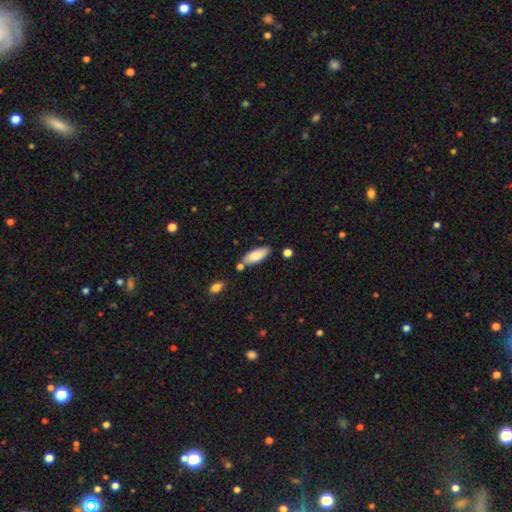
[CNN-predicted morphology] Q: Smooth or featured?
A: smooth (82%); runner-up: featured or disk (12%)
Q: How rounded?
A: in between (76%); runner-up: cigar-shaped (22%)
Q: Merging?
A: none (74%); runner-up: minor disturbance (15%)